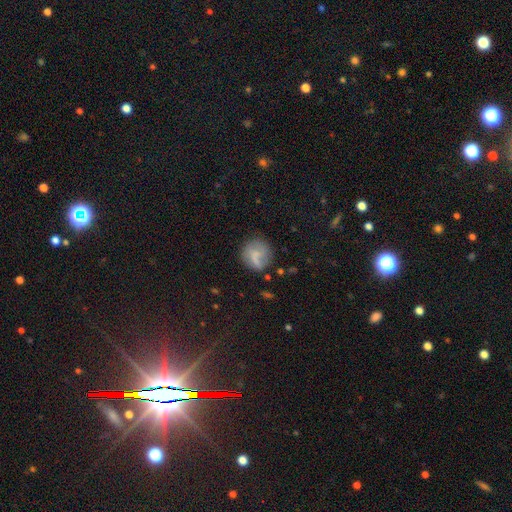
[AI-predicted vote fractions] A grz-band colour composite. It shows a smooth galaxy with no disk features (61%) that is round (86%). Merging: none (63%).